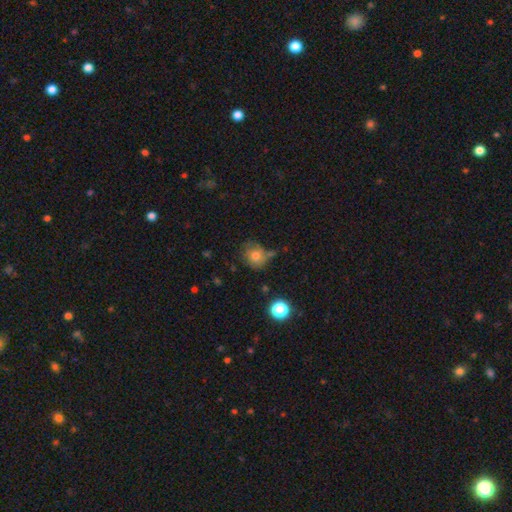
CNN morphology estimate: Q: Smooth or featured?
A: smooth (74%); runner-up: featured or disk (13%)
Q: How rounded?
A: round (82%); runner-up: in between (17%)
Q: Merging?
A: none (61%); runner-up: minor disturbance (22%)